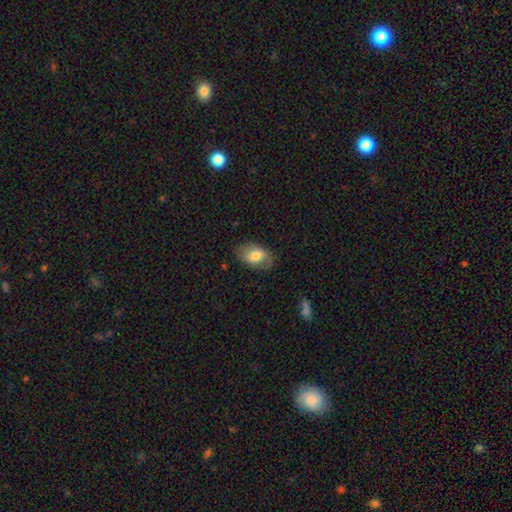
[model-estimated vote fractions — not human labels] Morphology: type=smooth (68%); roundness=in between (88%); merging=none (69%).